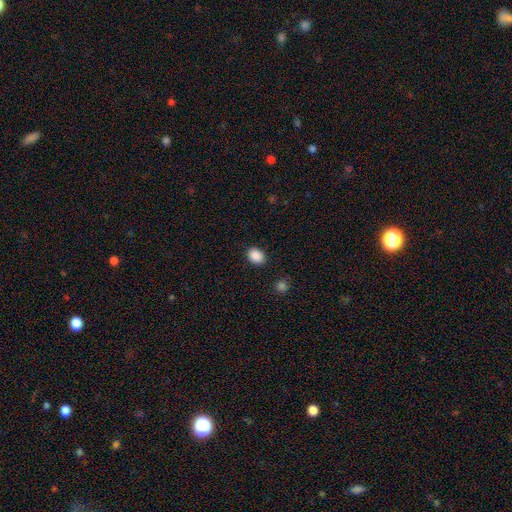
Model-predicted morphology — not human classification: smooth-or-featured: smooth: 89% | star or artifact: 9% | featured or disk: 3%
  how-rounded: in between: 58% | round: 41% | cigar-shaped: 1%
  merging: none: 88% | minor disturbance: 8% | major disturbance: 2% | merger: 2%